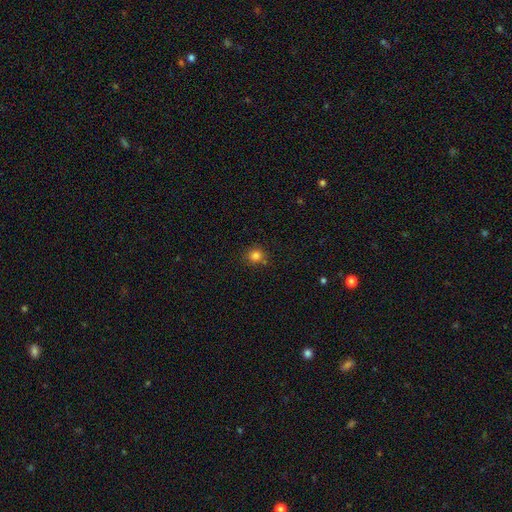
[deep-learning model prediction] Smooth or featured?
  - smooth: 82% *
  - star or artifact: 13%
  - featured or disk: 5%
How rounded?
  - round: 87% *
  - in between: 12%
  - cigar-shaped: 1%
Merging?
  - none: 77% *
  - minor disturbance: 13%
  - merger: 7%
  - major disturbance: 3%